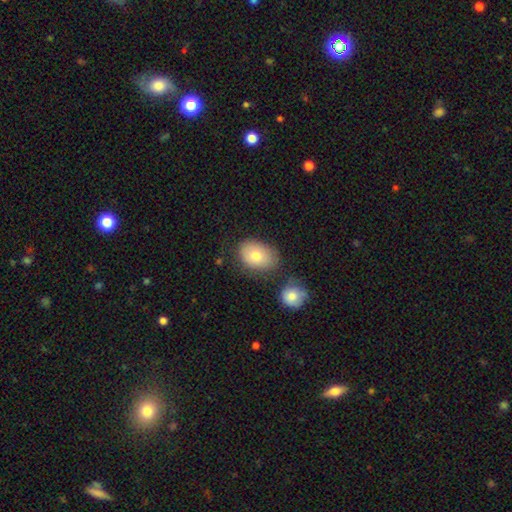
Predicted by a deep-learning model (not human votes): This appears to be a smooth galaxy with no disk features (76%) that is in between round and cigar-shaped (74%). Merging: none (65%).